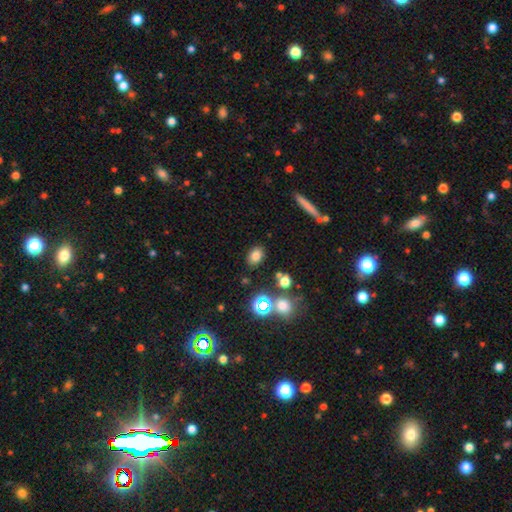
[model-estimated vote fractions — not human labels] smooth 77%, star or artifact 15%, featured or disk 8%. Down the decision tree: how rounded — in between (74%); merging — none (83%).